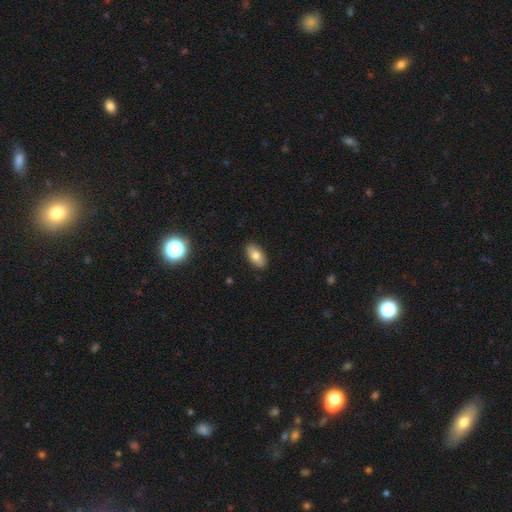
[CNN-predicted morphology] smooth 77%, featured or disk 16%, star or artifact 8%. Down the decision tree: how rounded — in between (91%); merging — none (88%).